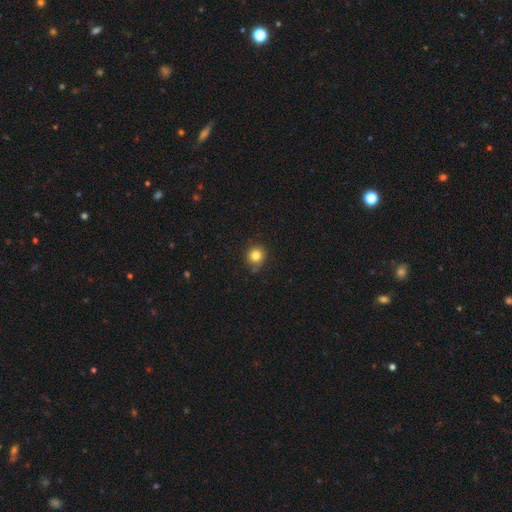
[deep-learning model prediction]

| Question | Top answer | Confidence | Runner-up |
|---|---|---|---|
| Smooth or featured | smooth | 81% | star or artifact (12%) |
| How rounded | round | 88% | in between (11%) |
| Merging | none | 80% | minor disturbance (15%) |